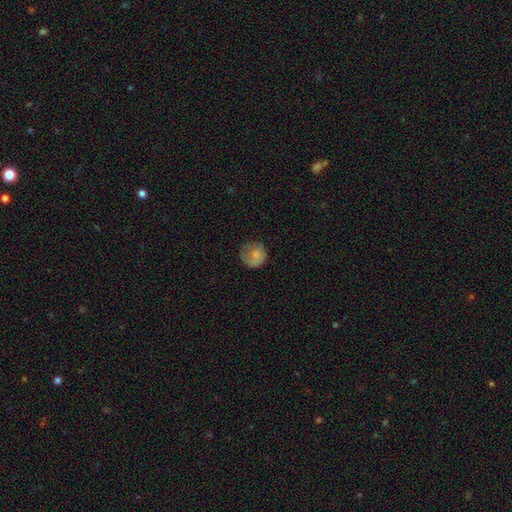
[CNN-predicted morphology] This appears to be a smooth galaxy with no disk features (74%) that is round (87%). Merging: none (62%).